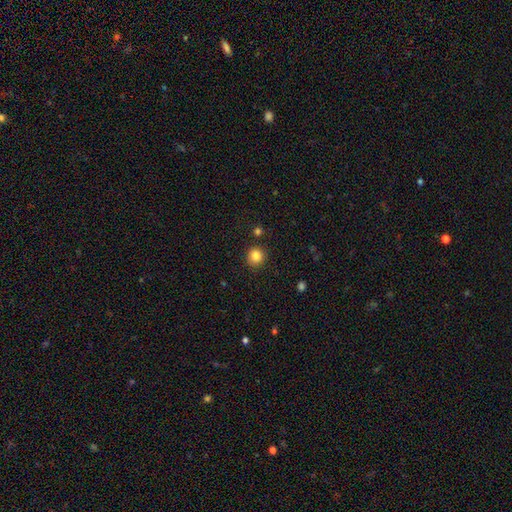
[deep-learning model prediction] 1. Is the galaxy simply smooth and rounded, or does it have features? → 84% smooth, 11% star or artifact, 5% featured or disk.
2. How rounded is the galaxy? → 92% round, 7% in between, 1% cigar-shaped.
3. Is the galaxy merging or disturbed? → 88% none, 7% minor disturbance, 3% merger, 2% major disturbance.